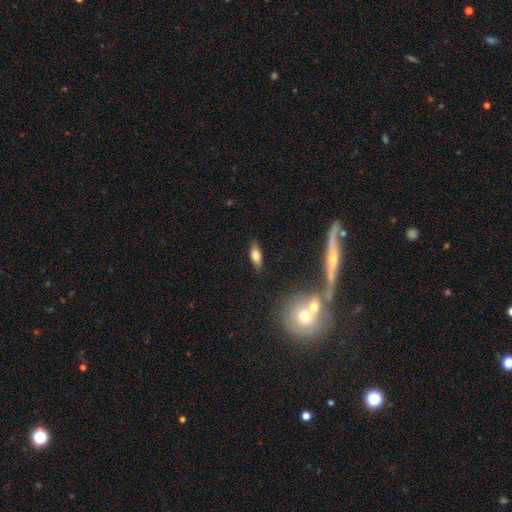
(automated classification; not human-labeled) This is likely a smooth galaxy (75%). How rounded: likely in between (74%). Merging: clearly none (83%).